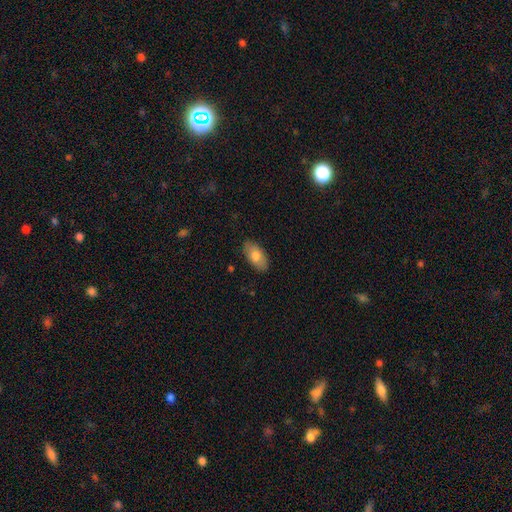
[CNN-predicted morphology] Smooth or featured? smooth (78%)
How rounded? in between (94%)
Merging? none (85%)